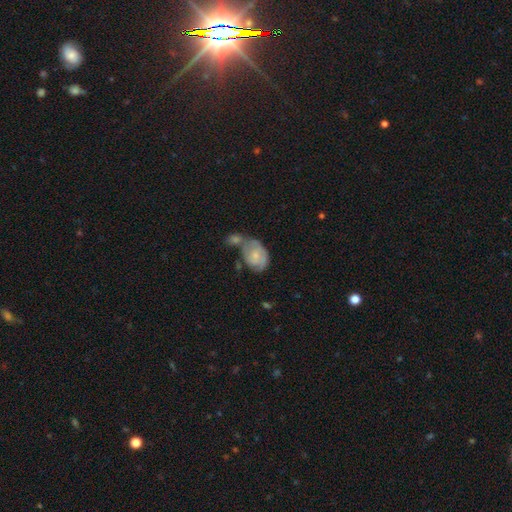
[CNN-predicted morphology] A smooth galaxy with no disk features (49%). Merging: merger (42%).